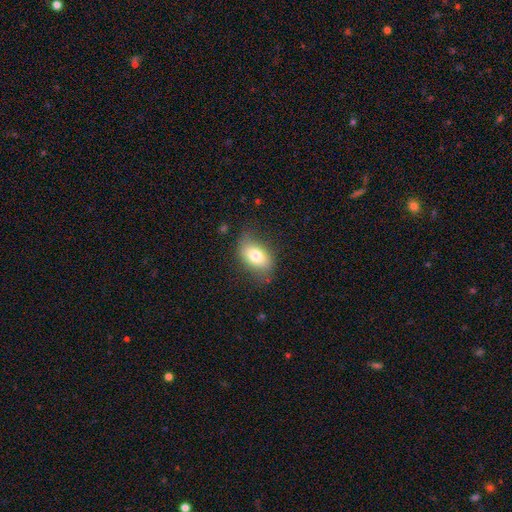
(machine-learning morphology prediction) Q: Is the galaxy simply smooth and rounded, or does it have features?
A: smooth — 75%.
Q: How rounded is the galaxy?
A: in between — 88%.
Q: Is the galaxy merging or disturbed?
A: none — 68%.